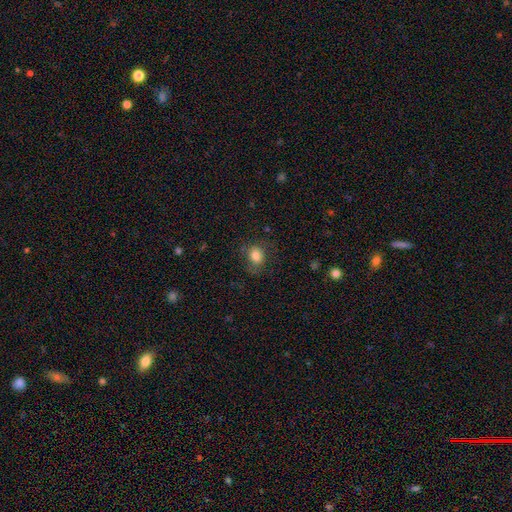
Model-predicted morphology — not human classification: type=smooth (81%); roundness=round (52%); merging=none (73%).